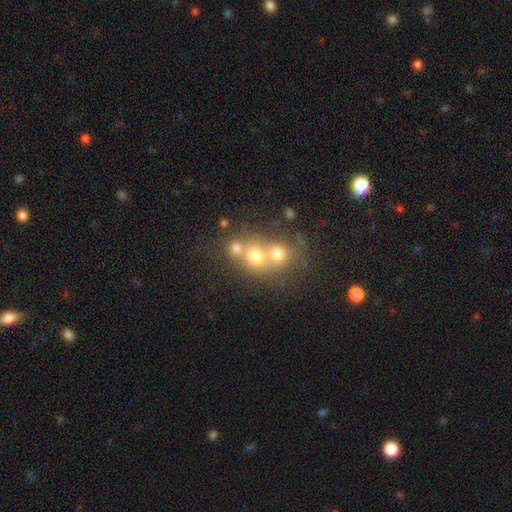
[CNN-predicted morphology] Smooth or featured? smooth (51%)
How rounded? round (71%)
Merging? merger (62%)